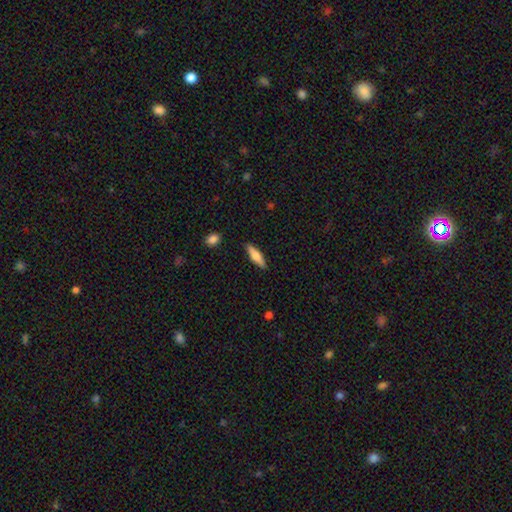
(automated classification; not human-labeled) Smooth or featured?
  - smooth: 59% *
  - featured or disk: 35%
  - star or artifact: 6%
How rounded?
  - cigar-shaped: 71% *
  - in between: 27%
  - round: 2%
Merging?
  - none: 88% *
  - minor disturbance: 8%
  - major disturbance: 2%
  - merger: 1%